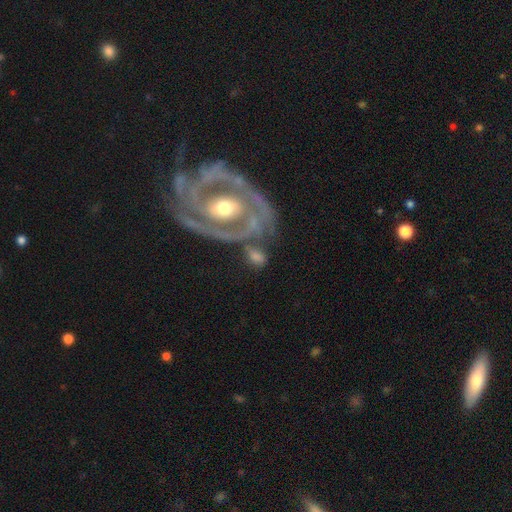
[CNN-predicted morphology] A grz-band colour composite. It shows a featured or disk galaxy (65%) with no bar (55%), spiral arms (73%) and a moderate central bulge (66%). Merging: none (59%).